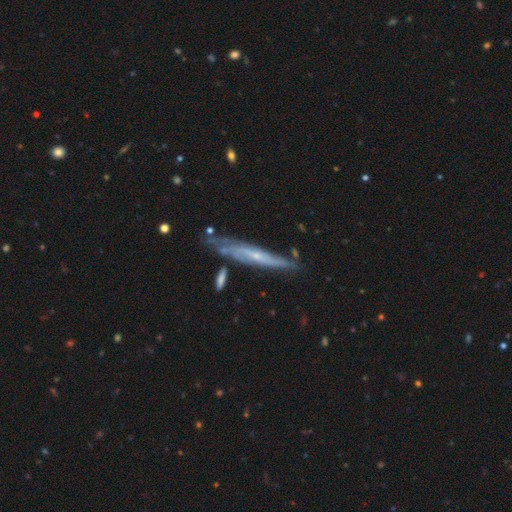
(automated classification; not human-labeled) A featured or disk galaxy (72%) viewed edge-on (69%).

Vote fractions:
- Smooth or featured? featured or disk: 72% / smooth: 22% / star or artifact: 7%
- Edge-on disk? yes: 69% / no: 31%
- Merging? none: 67% / minor disturbance: 21% / merger: 6% / major disturbance: 5%